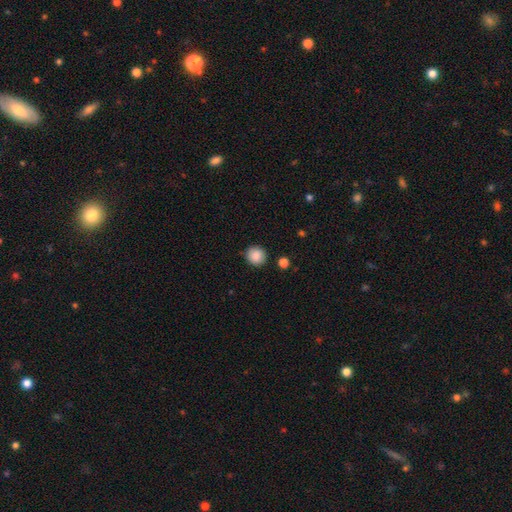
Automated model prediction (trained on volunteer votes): Smooth or featured? Predicted: smooth (p=0.88). How rounded? Predicted: round (p=0.90). Merging? Predicted: none (p=0.89).